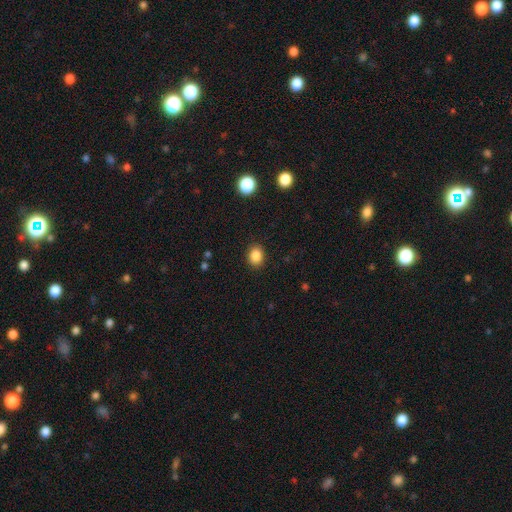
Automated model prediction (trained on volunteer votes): The model was most divided on "how rounded": round: 54%, in between: 45%, cigar-shaped: 1%. More confident: merging — none (89%); smooth or featured — smooth (86%).